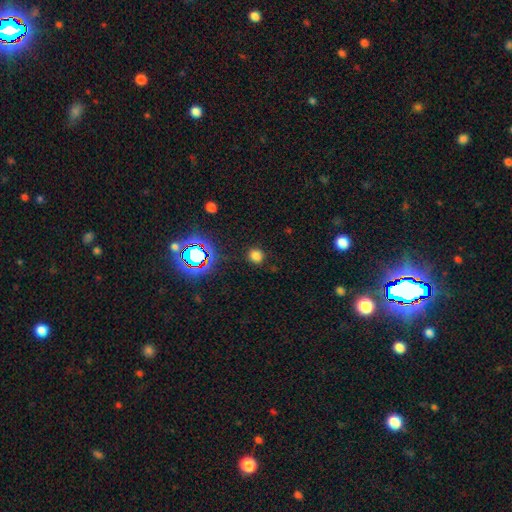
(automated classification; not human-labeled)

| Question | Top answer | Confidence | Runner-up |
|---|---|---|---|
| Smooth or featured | smooth | 74% | star or artifact (21%) |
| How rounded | round | 83% | in between (16%) |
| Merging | none | 87% | minor disturbance (8%) |